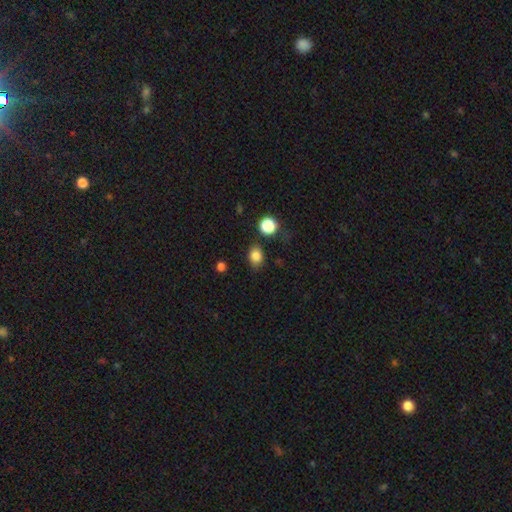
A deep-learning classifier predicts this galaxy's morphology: This appears to be a smooth galaxy with no disk features (84%) that is in between round and cigar-shaped (58%). Merging: none (76%).